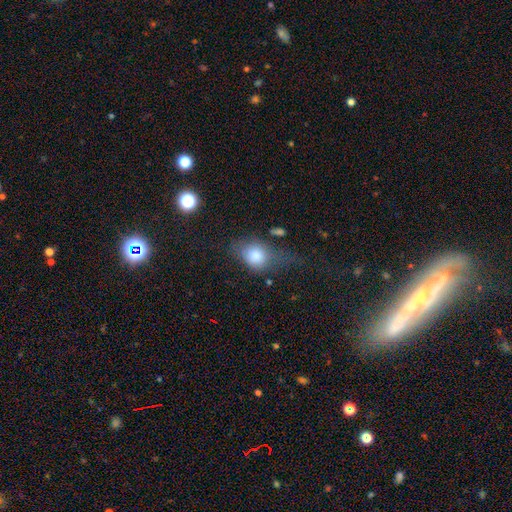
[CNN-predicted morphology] A smooth galaxy with no disk features (77%) that is in between round and cigar-shaped (58%). Merging: none (33%).